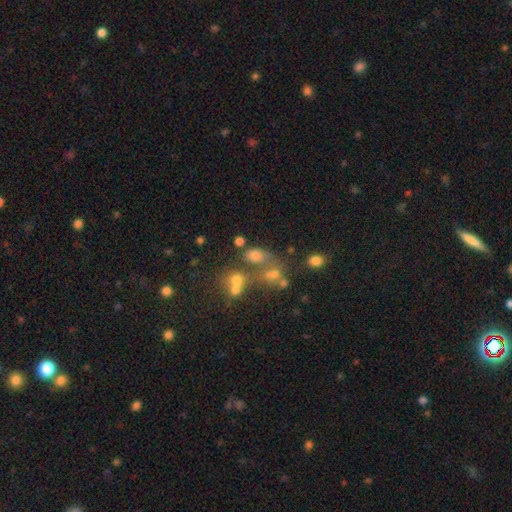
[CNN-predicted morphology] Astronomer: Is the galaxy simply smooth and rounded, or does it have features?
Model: smooth — 65%.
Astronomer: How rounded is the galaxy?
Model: in between — 71%.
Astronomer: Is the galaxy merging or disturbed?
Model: merger — 37% (runner-up: none, 35%).